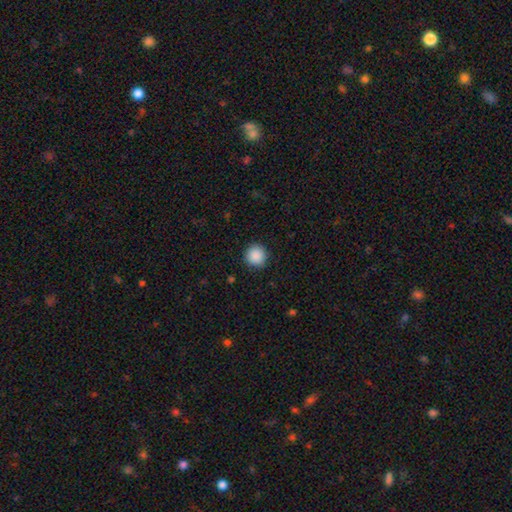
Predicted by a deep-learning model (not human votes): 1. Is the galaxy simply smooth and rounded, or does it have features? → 89% smooth, 8% star or artifact, 3% featured or disk.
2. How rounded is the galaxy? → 95% round, 4% in between, 1% cigar-shaped.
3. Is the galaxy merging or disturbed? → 92% none, 6% minor disturbance, 2% major disturbance, 1% merger.